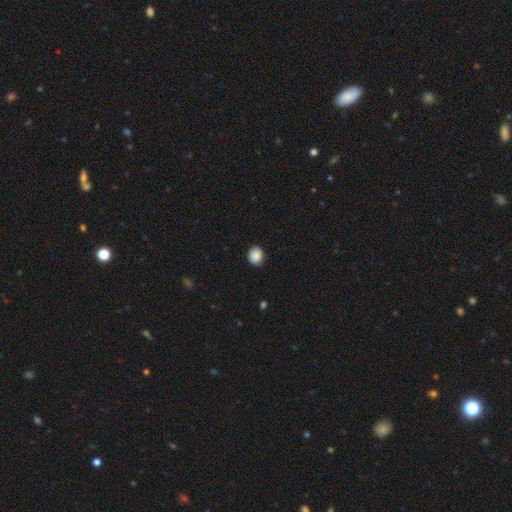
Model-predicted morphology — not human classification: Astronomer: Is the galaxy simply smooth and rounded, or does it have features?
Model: smooth — 88%.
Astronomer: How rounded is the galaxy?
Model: round — 80%.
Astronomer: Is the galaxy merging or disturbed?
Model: none — 88%.